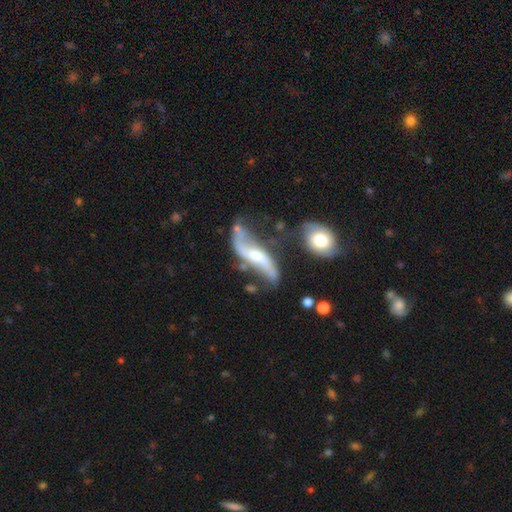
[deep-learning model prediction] Smooth or featured?
  - featured or disk: 82% *
  - smooth: 12%
  - star or artifact: 6%
Edge-on disk?
  - no: 87% *
  - yes: 13%
Bar?
  - no: 41% *
  - weak: 38%
  - strong: 21%
Spiral arms?
  - yes: 92% *
  - no: 8%
Spiral winding?
  - loose: 82% *
  - medium: 13%
  - tight: 4%
Spiral arm count?
  - 2: 90% *
  - can't tell: 4%
  - 1: 3%
  - 3: 1%
  - 4: 1%
  - more than 4: 1%
Bulge size?
  - moderate: 55% *
  - small: 33%
  - large: 7%
  - none: 4%
  - dominant: 1%
Merging?
  - none: 44% *
  - minor disturbance: 22%
  - merger: 18%
  - major disturbance: 16%